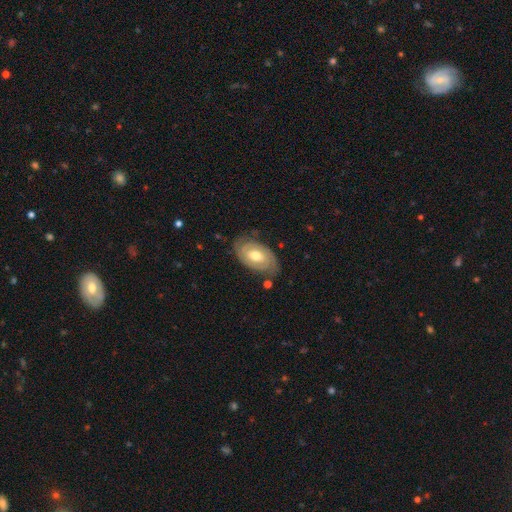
smooth-or-featured: featured or disk: 78% | smooth: 22% | star or artifact: 0%
  disk-edge-on: no: 100% | yes: 0%
    bar: weak: 55% | no: 34% | strong: 10%
    has-spiral-arms: yes: 93% | no: 7%
      spiral-winding: tight: 81% | medium: 19% | loose: 0%
      spiral-arm-count: 2: 67% | can't tell: 26% | 1: 4% | 3: 4% | 4: 0% | more than 4: 0%
    bulge-size: moderate: 59% | small: 34% | large: 7% | dominant: 0% | none: 0%
  merging: none: 89% | minor disturbance: 11% | major disturbance: 0% | merger: 0%